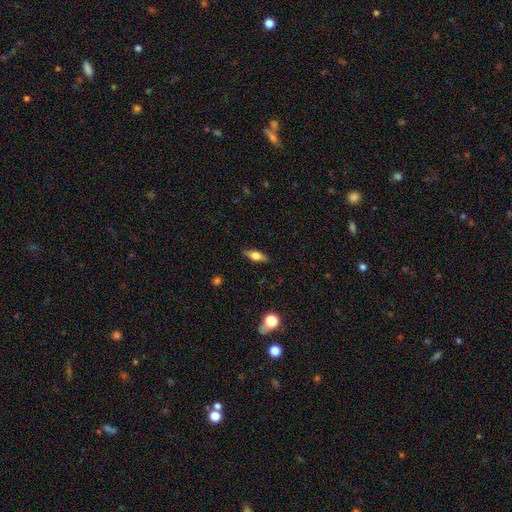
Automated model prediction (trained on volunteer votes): Smooth or featured? Predicted: smooth (p=0.52). How rounded? Predicted: in between (p=0.65). Merging? Predicted: none (p=0.86).